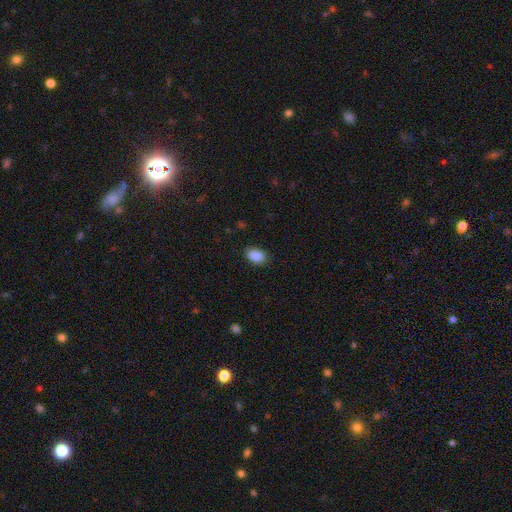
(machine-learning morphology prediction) Overall: smooth (89%). How rounded: in between (88%). Merging: none (84%).